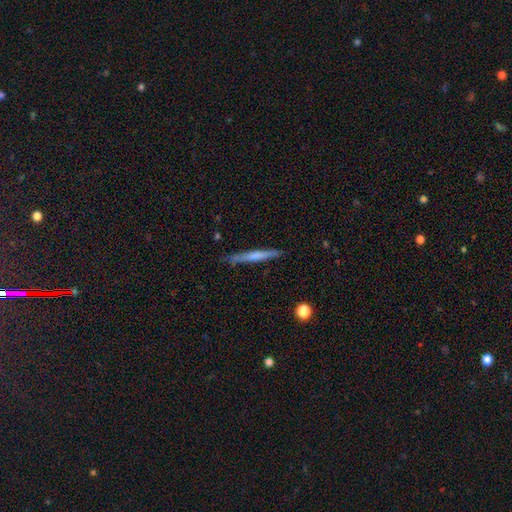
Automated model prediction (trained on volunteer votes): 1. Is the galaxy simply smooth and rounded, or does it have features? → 50% smooth, 45% featured or disk, 6% star or artifact.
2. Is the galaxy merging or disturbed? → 84% none, 12% minor disturbance, 2% major disturbance, 2% merger.